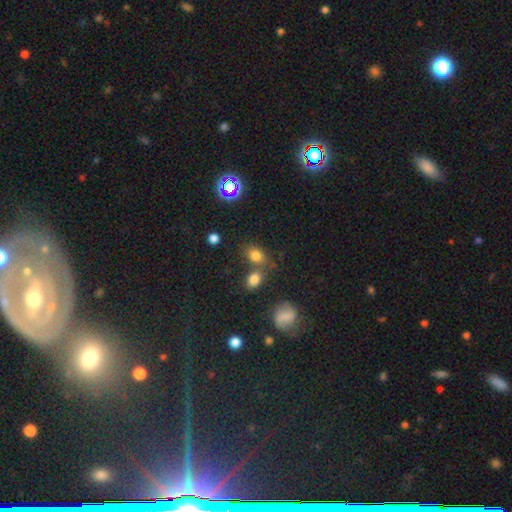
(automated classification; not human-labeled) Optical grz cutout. It shows a smooth galaxy with no disk features (76%) that is in between round and cigar-shaped (70%). Merging: none (60%).